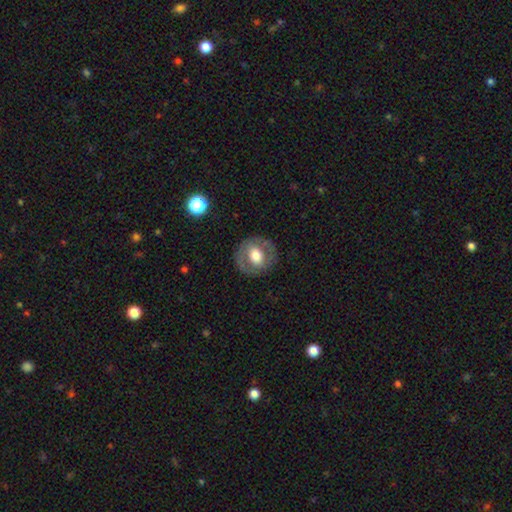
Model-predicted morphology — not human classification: smooth-or-featured: smooth: 51% | featured or disk: 42% | star or artifact: 7%
  how-rounded: round: 78% | in between: 21% | cigar-shaped: 1%
  merging: none: 80% | minor disturbance: 12% | major disturbance: 6% | merger: 1%